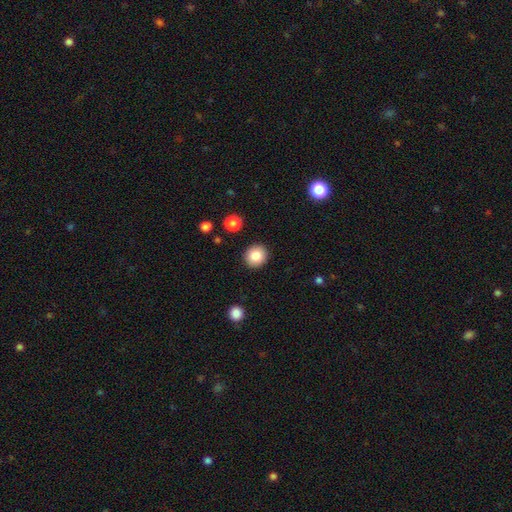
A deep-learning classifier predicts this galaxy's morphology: Q: Smooth or featured?
A: smooth (85%); runner-up: star or artifact (9%)
Q: How rounded?
A: round (84%); runner-up: in between (15%)
Q: Merging?
A: none (91%); runner-up: minor disturbance (6%)